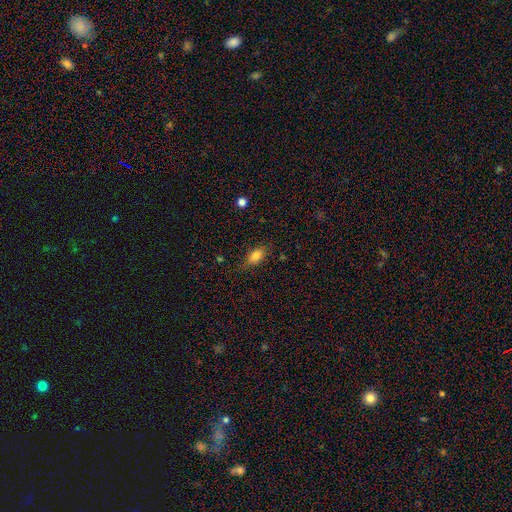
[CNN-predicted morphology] Smooth or featured?
  - smooth: 81% *
  - star or artifact: 10%
  - featured or disk: 9%
How rounded?
  - in between: 85% *
  - round: 9%
  - cigar-shaped: 6%
Merging?
  - none: 73% *
  - minor disturbance: 20%
  - major disturbance: 6%
  - merger: 2%